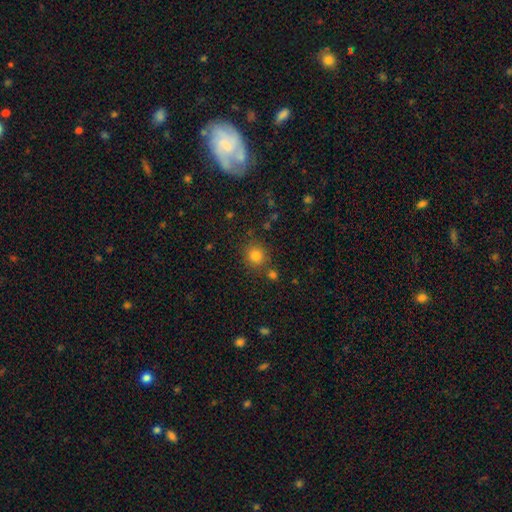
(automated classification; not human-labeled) Smooth or featured? smooth (80%)
How rounded? round (87%)
Merging? none (78%)